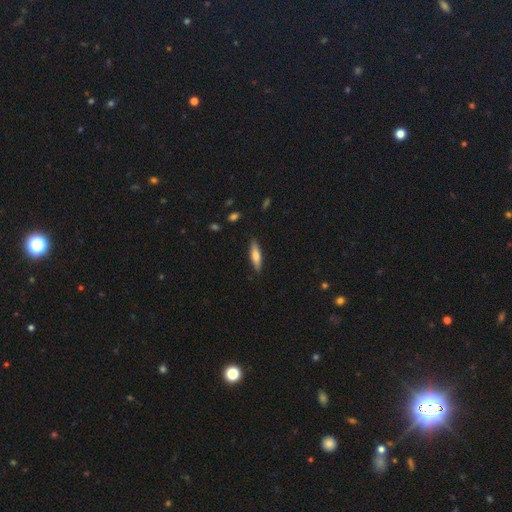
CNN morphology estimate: smooth-or-featured: smooth: 67% | featured or disk: 28% | star or artifact: 6%
  how-rounded: cigar-shaped: 69% | in between: 29% | round: 2%
  merging: none: 87% | minor disturbance: 10% | major disturbance: 2% | merger: 1%